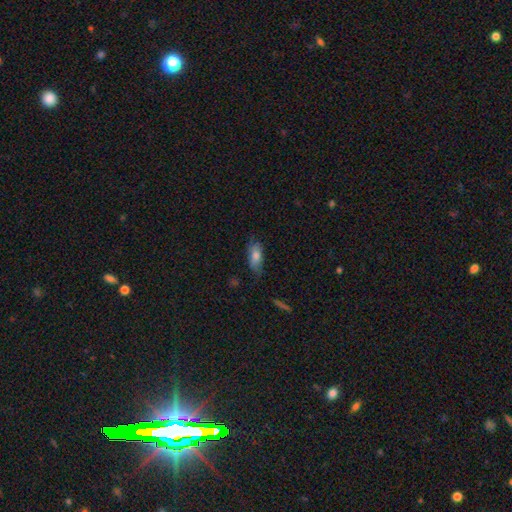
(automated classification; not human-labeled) smooth 72%, featured or disk 20%, star or artifact 8%. Down the decision tree: how rounded — in between (79%); merging — none (68%).